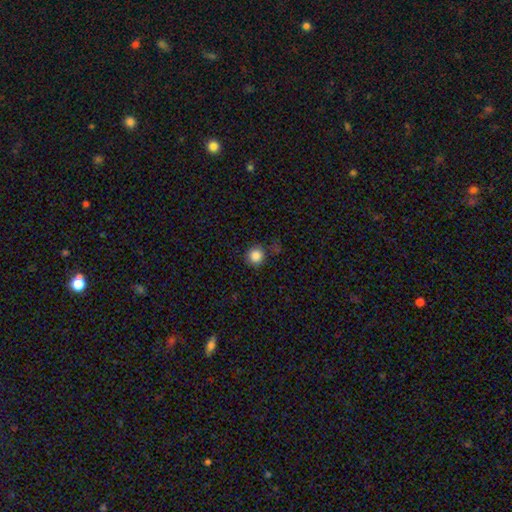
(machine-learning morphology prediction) smooth-or-featured: smooth: 86% | star or artifact: 10% | featured or disk: 4%
  how-rounded: round: 92% | in between: 7% | cigar-shaped: 1%
  merging: none: 80% | minor disturbance: 13% | major disturbance: 4% | merger: 3%